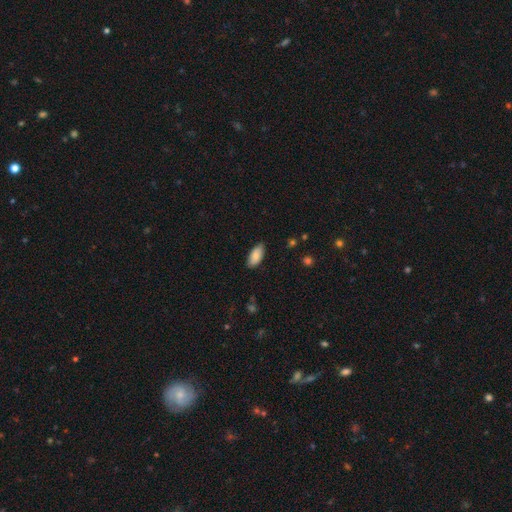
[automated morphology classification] Smooth or featured? Predicted: smooth (p=0.85). How rounded? Predicted: in between (p=0.92). Merging? Predicted: none (p=0.83).